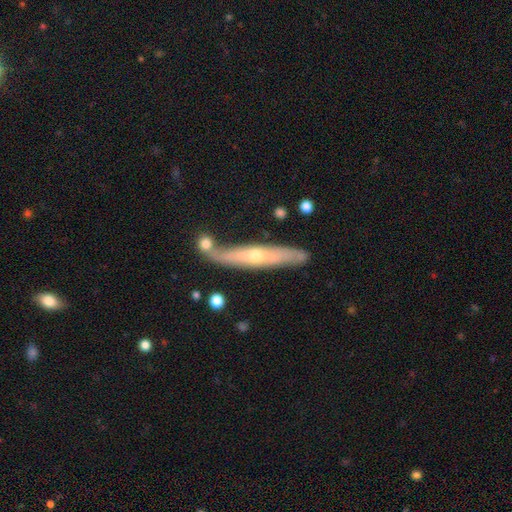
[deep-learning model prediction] Overall: featured or disk (63%; smooth 31%). Edge-on disk: yes (80%). Edge-on bulge: rounded (76%). Merging: none (69%).